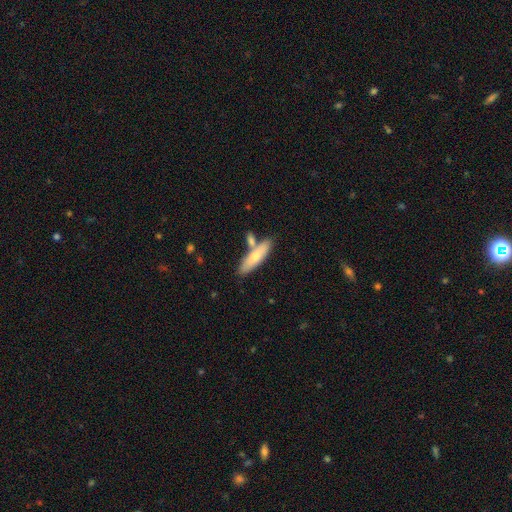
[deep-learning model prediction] smooth_or_featured: smooth (p=0.69) [alt: featured or disk p=0.26]
how_rounded: cigar-shaped (p=0.65) [alt: in between p=0.33]
merging: none (p=0.65) [alt: merger p=0.20]